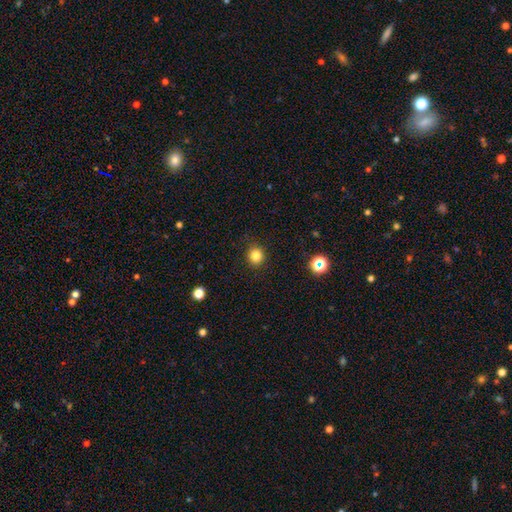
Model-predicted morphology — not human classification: This appears to be a smooth galaxy with no disk features (82%) that is round (86%). Merging: none (90%).